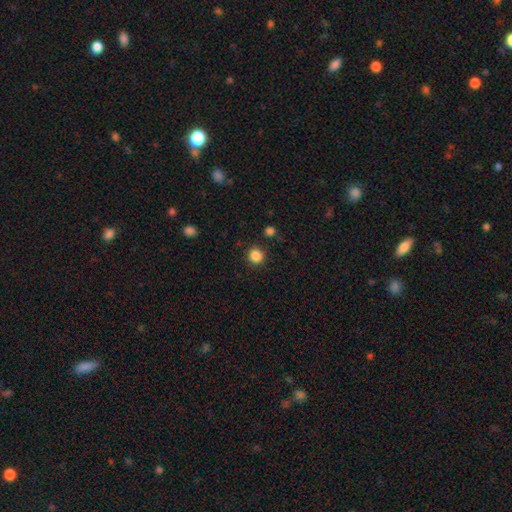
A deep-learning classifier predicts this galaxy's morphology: smooth_or_featured: smooth (p=0.85) [alt: star or artifact p=0.12]
how_rounded: round (p=0.92) [alt: in between p=0.07]
merging: none (p=0.88) [alt: minor disturbance p=0.07]